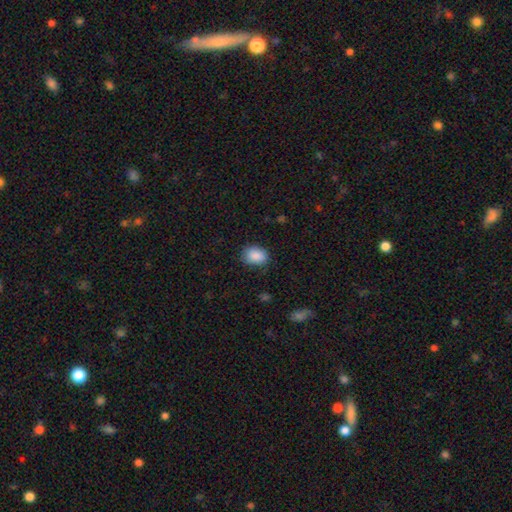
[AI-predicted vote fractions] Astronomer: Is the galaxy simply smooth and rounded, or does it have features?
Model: smooth — 89%.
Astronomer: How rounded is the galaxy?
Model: in between — 67%.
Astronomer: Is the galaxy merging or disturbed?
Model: none — 80%.